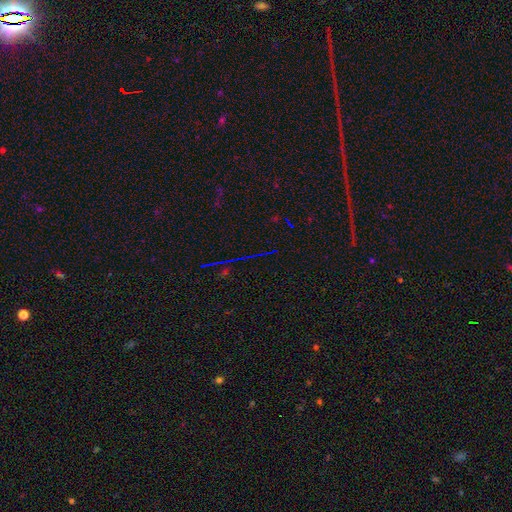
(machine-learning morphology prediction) Smooth or featured? Predicted: star or artifact (p=0.79).